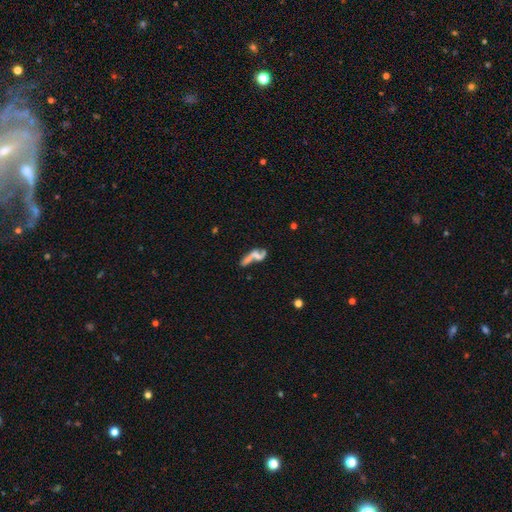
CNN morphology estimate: type=featured or disk (53%); edge-on=no (82%); merging=merger (40%).